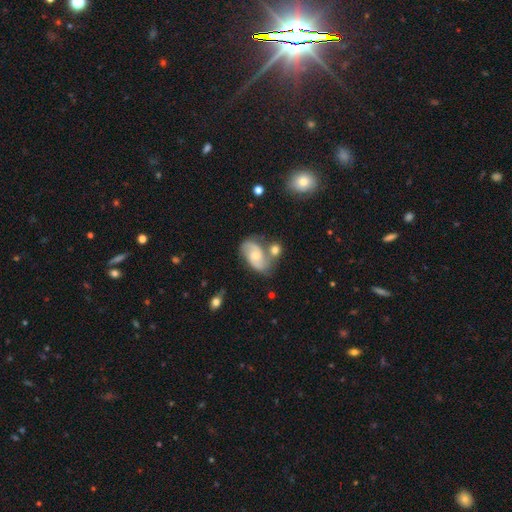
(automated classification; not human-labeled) Smooth or featured? Predicted: featured or disk (p=0.73). Edge-on disk? Predicted: no (p=0.96). Bar? Predicted: no (p=0.62). Spiral arms? Predicted: yes (p=0.92). Spiral winding? Predicted: medium (p=0.50). Spiral arm count? Predicted: 2 (p=0.86). Bulge size? Predicted: small (p=0.51). Merging? Predicted: none (p=0.50).